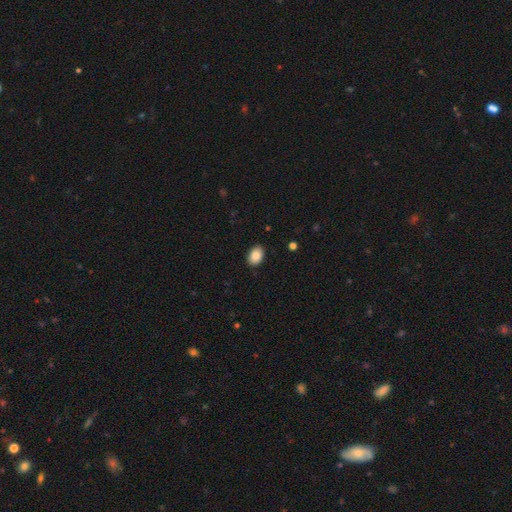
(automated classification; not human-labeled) smooth_or_featured: smooth (p=0.89) [alt: star or artifact p=0.07]
how_rounded: in between (p=0.83) [alt: round p=0.16]
merging: none (p=0.89) [alt: minor disturbance p=0.08]